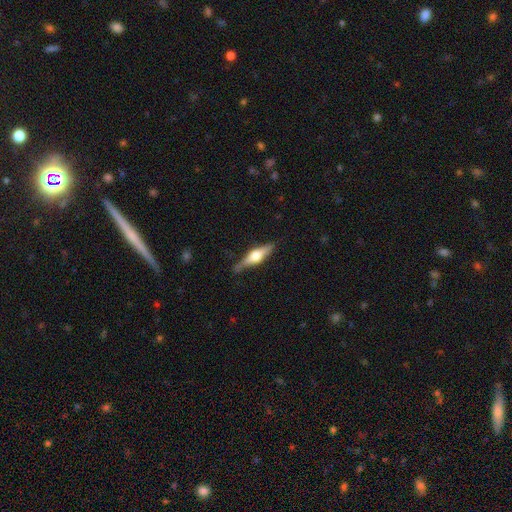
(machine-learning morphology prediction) Smooth or featured: featured or disk — 70% (smooth — 24%)
Edge-on disk: yes — 97% (no — 3%)
Edge-on bulge: rounded — 92% (boxy — 6%)
Merging: none — 83% (minor disturbance — 13%)